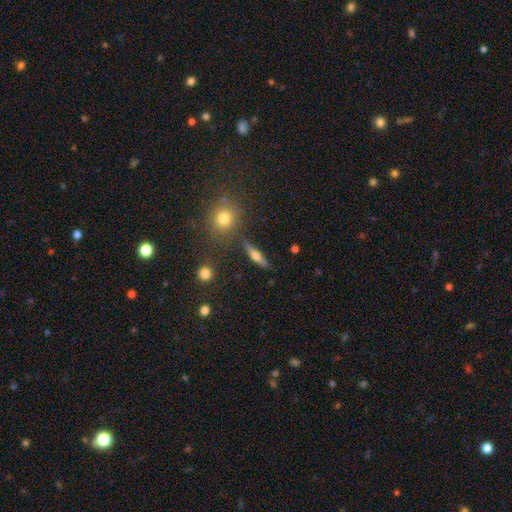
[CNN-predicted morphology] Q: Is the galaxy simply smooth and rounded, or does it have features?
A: featured or disk — 49%.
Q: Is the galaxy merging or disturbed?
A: none — 83%.